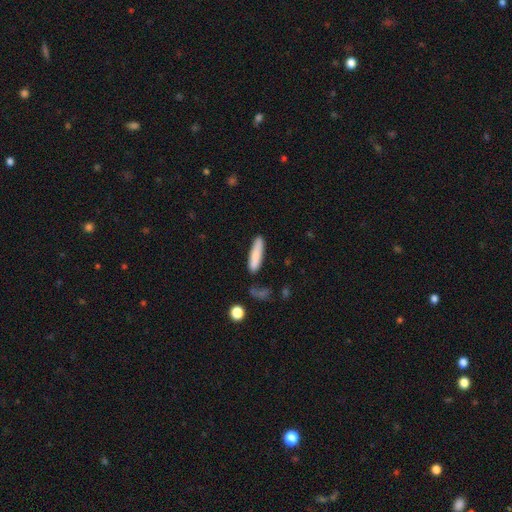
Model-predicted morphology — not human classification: type=smooth (82%); roundness=cigar-shaped (76%); merging=none (79%).